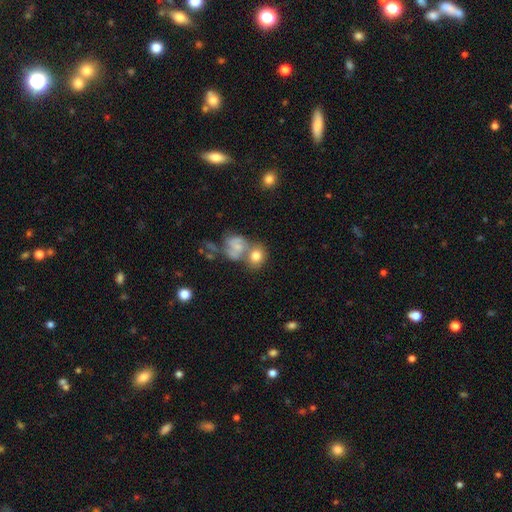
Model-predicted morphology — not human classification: Smooth or featured: smooth — 71% (featured or disk — 20%)
How rounded: round — 64% (in between — 35%)
Merging: merger — 47% (none — 36%)